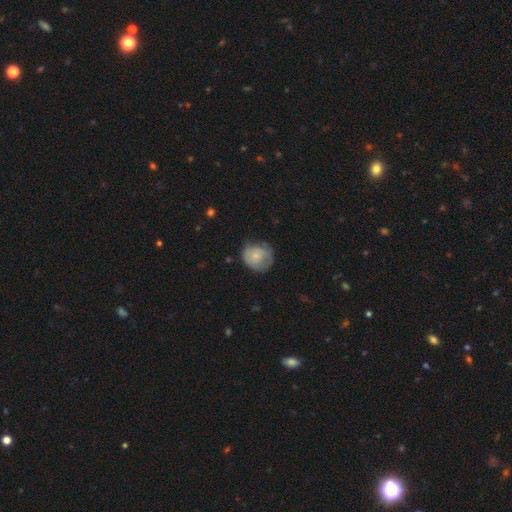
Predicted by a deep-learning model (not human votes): Q: Smooth or featured?
A: smooth (69%); runner-up: featured or disk (24%)
Q: How rounded?
A: round (75%); runner-up: in between (24%)
Q: Merging?
A: none (48%); runner-up: minor disturbance (34%)